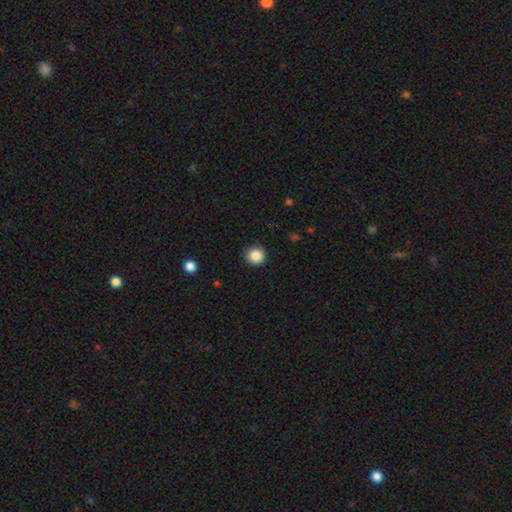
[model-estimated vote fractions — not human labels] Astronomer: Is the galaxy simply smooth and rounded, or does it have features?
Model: smooth — 87%.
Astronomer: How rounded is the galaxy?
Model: round — 93%.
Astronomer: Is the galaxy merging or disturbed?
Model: none — 90%.